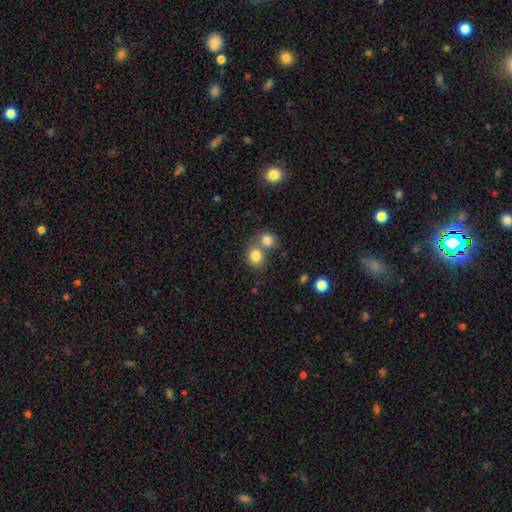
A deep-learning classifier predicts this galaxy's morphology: Overall: smooth (81%). How rounded: round (74%). Merging: merger (46%; none 44%).